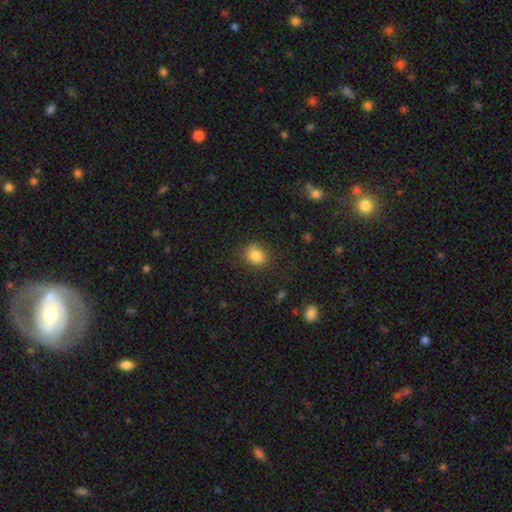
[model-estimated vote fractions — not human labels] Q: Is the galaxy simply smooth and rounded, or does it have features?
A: smooth — 84%.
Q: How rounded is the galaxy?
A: round — 54%.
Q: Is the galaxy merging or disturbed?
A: none — 81%.